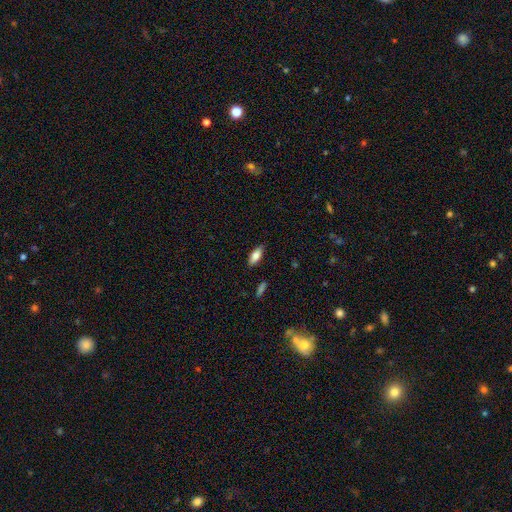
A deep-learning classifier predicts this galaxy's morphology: The model was most divided on "smooth or featured": smooth: 77%, featured or disk: 16%, star or artifact: 7%. More confident: merging — none (85%); how rounded — in between (82%).